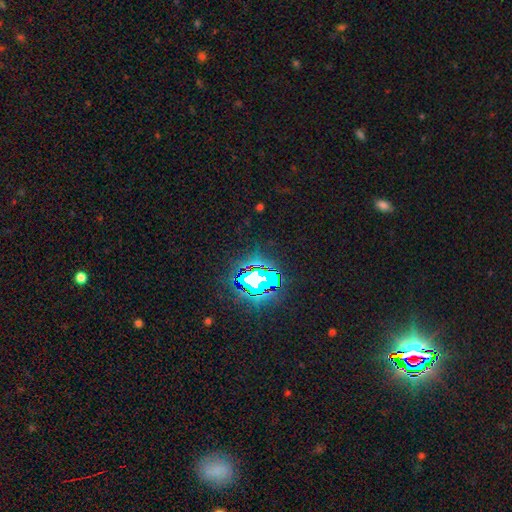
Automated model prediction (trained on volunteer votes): star or artifact 75%, smooth 14%, featured or disk 11%.